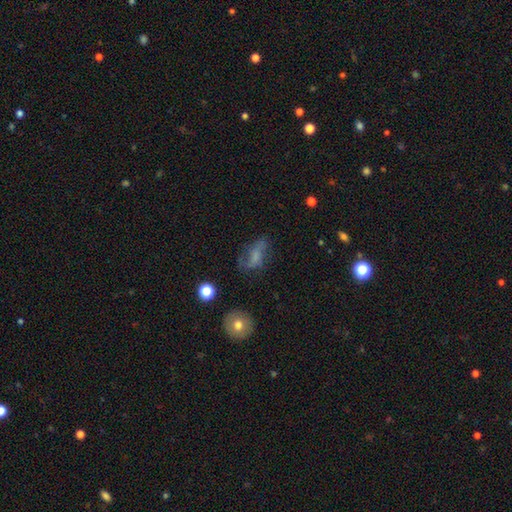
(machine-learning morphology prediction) Smooth or featured?
  - smooth: 46% *
  - featured or disk: 39%
  - star or artifact: 15%
Merging?
  - none: 49% *
  - minor disturbance: 25%
  - major disturbance: 22%
  - merger: 3%